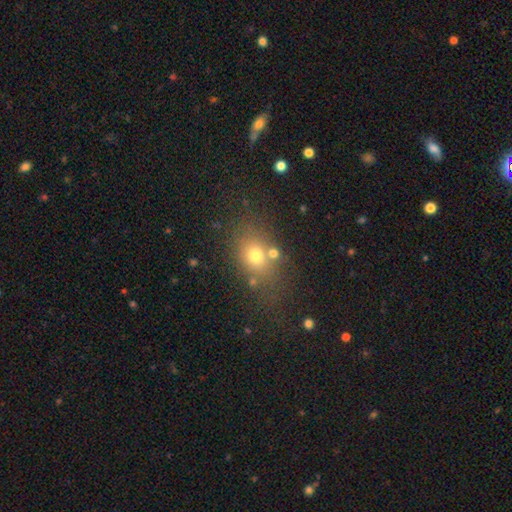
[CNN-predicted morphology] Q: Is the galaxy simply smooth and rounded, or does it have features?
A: smooth — 69%.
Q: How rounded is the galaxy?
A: in between — 58%.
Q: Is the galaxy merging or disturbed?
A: none — 66%.